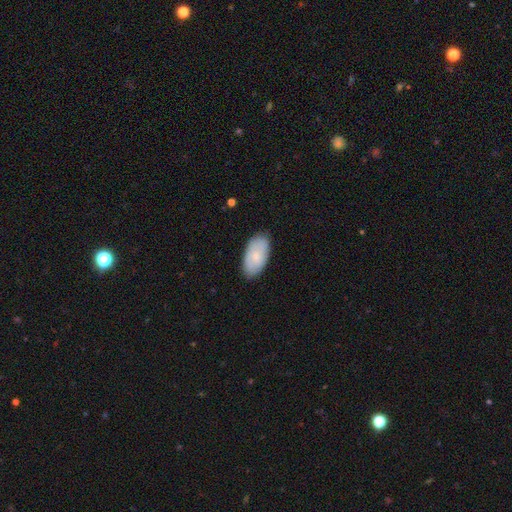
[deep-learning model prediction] This is likely a smooth galaxy (69%). How rounded: clearly in between (95%). Merging: clearly none (83%).